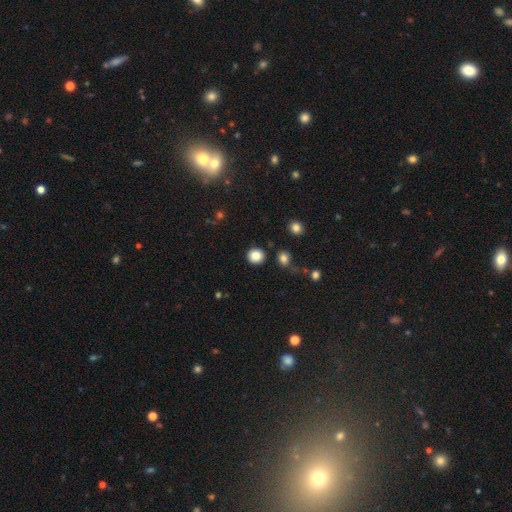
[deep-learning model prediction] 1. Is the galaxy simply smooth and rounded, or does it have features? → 85% smooth, 10% star or artifact, 5% featured or disk.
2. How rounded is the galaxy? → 90% round, 9% in between, 1% cigar-shaped.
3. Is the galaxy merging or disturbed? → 89% none, 6% minor disturbance, 3% merger, 2% major disturbance.